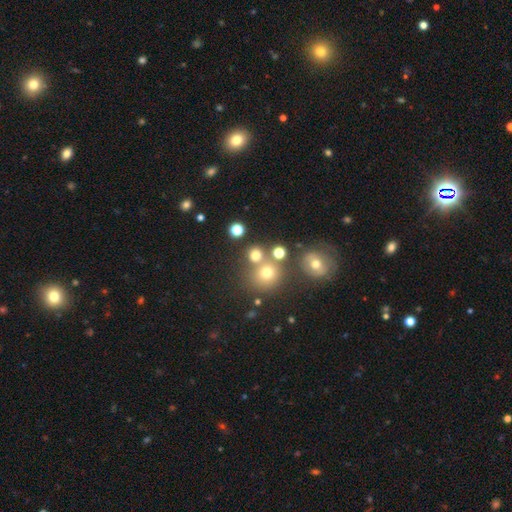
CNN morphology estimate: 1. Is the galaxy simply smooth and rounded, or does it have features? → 70% smooth, 19% star or artifact, 11% featured or disk.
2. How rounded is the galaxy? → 84% round, 15% in between, 1% cigar-shaped.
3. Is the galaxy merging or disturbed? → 61% none, 25% merger, 9% minor disturbance, 5% major disturbance.